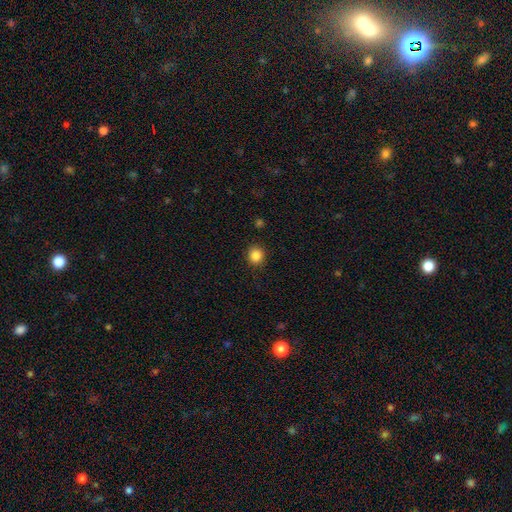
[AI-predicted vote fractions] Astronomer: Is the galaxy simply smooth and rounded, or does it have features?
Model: smooth — 85%.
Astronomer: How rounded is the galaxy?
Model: round — 87%.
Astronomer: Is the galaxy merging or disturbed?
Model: none — 90%.